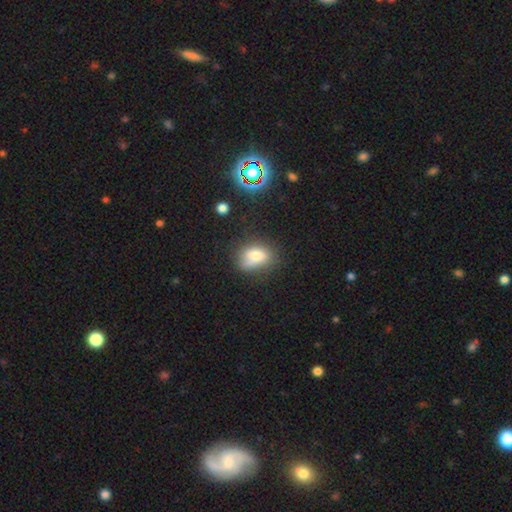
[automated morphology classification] Smooth or featured?
  - smooth: 74% *
  - featured or disk: 14%
  - star or artifact: 12%
How rounded?
  - in between: 76% *
  - round: 22%
  - cigar-shaped: 2%
Merging?
  - none: 57% *
  - minor disturbance: 28%
  - major disturbance: 11%
  - merger: 5%